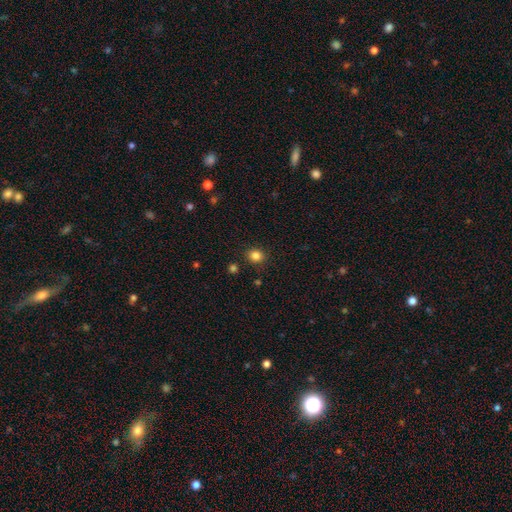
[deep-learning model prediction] This is clearly a smooth galaxy (84%). How rounded: likely round (80%). Merging: clearly none (88%).